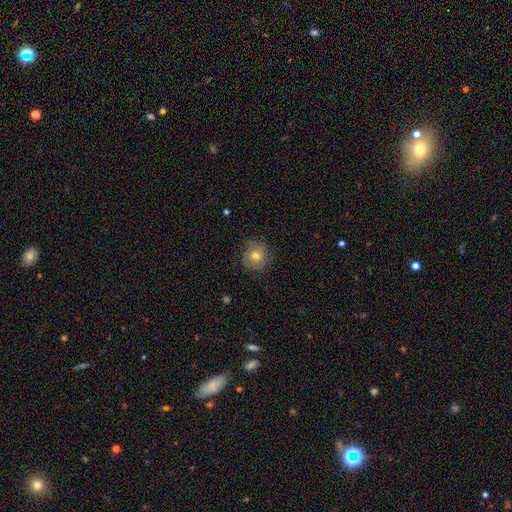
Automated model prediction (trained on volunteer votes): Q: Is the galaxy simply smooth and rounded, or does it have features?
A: smooth — 63%.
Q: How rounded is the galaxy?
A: round — 89%.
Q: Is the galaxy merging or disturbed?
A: none — 78%.